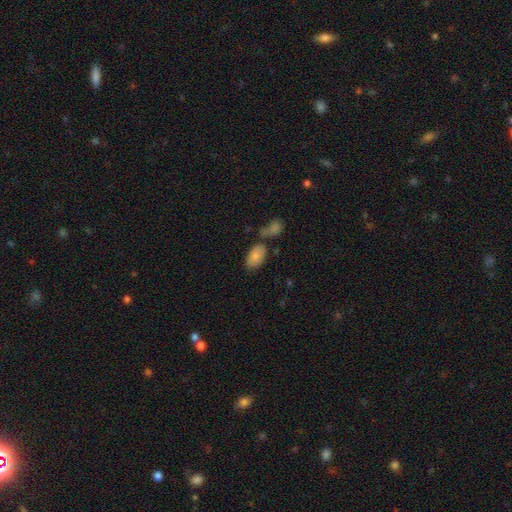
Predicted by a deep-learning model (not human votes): A smooth galaxy with no disk features (82%) that is in between round and cigar-shaped (94%).

Vote fractions:
- Smooth or featured? smooth: 82% / featured or disk: 10% / star or artifact: 7%
- How rounded? in between: 94% / round: 5% / cigar-shaped: 2%
- Merging? none: 62% / merger: 17% / minor disturbance: 16% / major disturbance: 5%